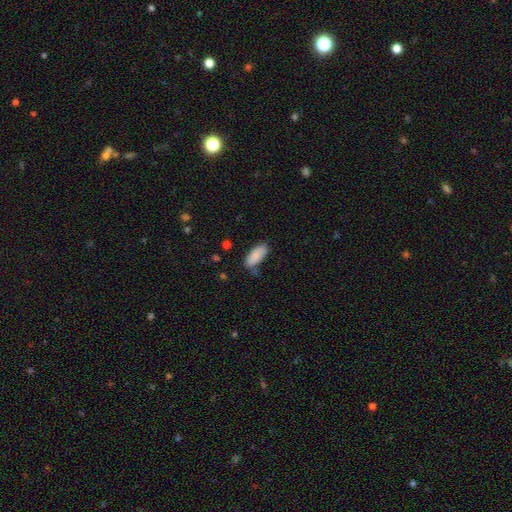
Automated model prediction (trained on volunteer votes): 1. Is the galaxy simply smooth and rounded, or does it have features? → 87% smooth, 7% featured or disk, 6% star or artifact.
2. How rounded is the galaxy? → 86% in between, 12% cigar-shaped, 2% round.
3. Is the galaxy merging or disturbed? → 74% none, 18% minor disturbance, 5% merger, 4% major disturbance.